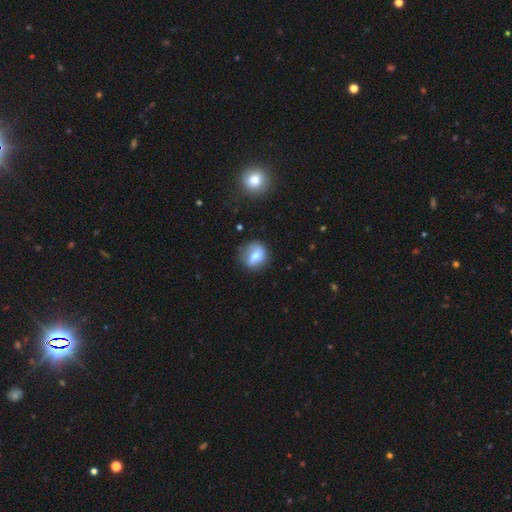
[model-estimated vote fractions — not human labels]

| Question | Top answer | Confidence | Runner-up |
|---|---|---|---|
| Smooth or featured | smooth | 63% | featured or disk (28%) |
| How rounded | round | 55% | in between (40%) |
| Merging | none | 74% | minor disturbance (18%) |